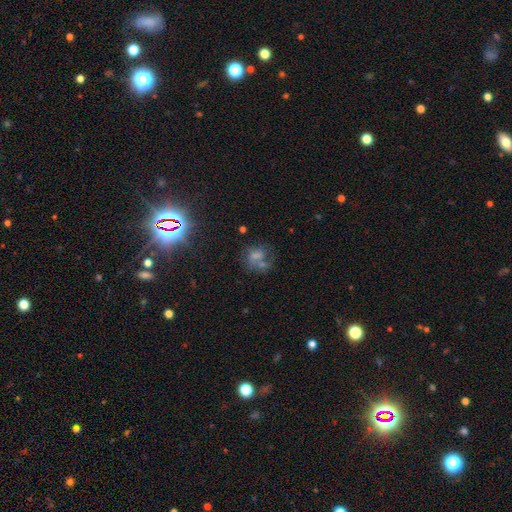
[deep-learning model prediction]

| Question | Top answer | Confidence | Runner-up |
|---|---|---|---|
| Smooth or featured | star or artifact | 40% | featured or disk (31%) |